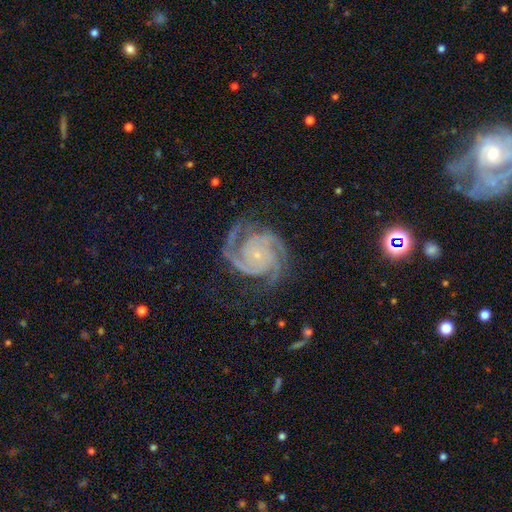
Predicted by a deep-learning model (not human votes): Smooth or featured? featured or disk (93%)
Edge-on disk? no (98%)
Bar? no (76%)
Spiral arms? yes (99%)
Spiral winding? tight (61%)
Spiral arm count? 3 (39%)
Bulge size? small (86%)
Merging? none (75%)